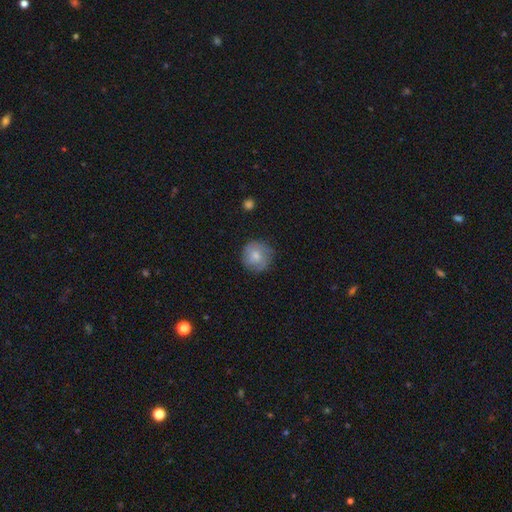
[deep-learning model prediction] A smooth galaxy with no disk features (65%) that is round (92%).

Vote fractions:
- Smooth or featured? smooth: 65% / featured or disk: 28% / star or artifact: 7%
- How rounded? round: 92% / in between: 7% / cigar-shaped: 1%
- Merging? none: 77% / minor disturbance: 17% / major disturbance: 4% / merger: 1%